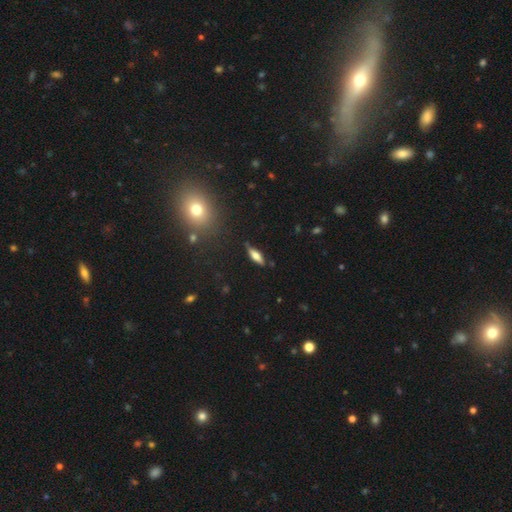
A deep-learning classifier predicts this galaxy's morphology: A smooth galaxy with no disk features (52%) that is cigar-shaped (48%, tied with in between).

Vote fractions:
- Smooth or featured? smooth: 52% / featured or disk: 40% / star or artifact: 8%
- How rounded? cigar-shaped: 48% (tied) / in between: 48% (tied) / round: 3%
- Merging? none: 85% / minor disturbance: 11% / major disturbance: 3% / merger: 2%